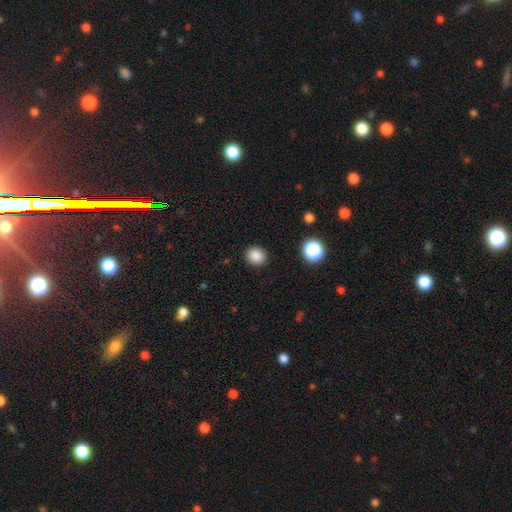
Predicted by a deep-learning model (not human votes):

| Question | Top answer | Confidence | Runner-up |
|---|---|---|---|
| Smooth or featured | smooth | 86% | star or artifact (11%) |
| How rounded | round | 74% | in between (25%) |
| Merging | none | 90% | minor disturbance (7%) |